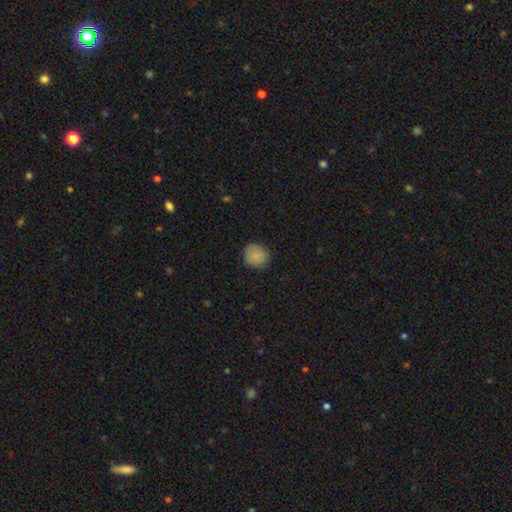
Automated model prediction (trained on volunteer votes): Morphology: type=smooth (85%); roundness=round (82%); merging=none (84%).